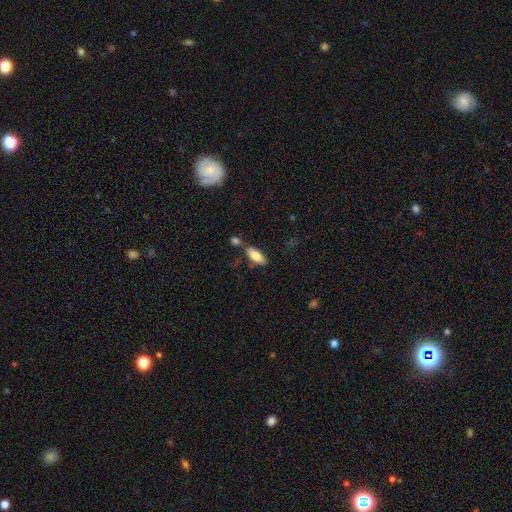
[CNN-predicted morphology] A smooth galaxy with no disk features (77%) that is in between round and cigar-shaped (81%). Merging: none (67%).